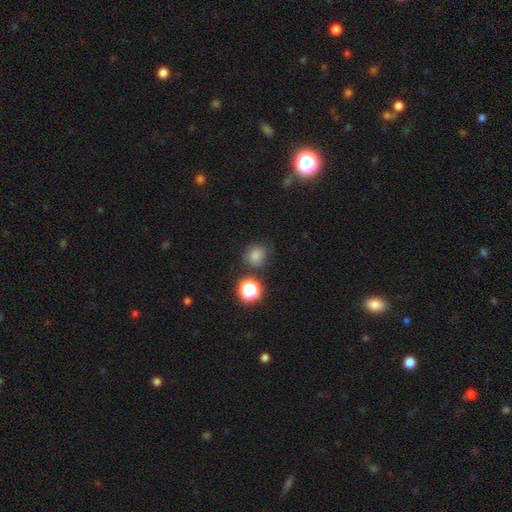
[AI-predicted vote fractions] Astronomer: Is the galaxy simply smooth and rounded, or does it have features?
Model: smooth — 77%.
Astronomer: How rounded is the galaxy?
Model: round — 79%.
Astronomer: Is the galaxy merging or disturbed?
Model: none — 72%.